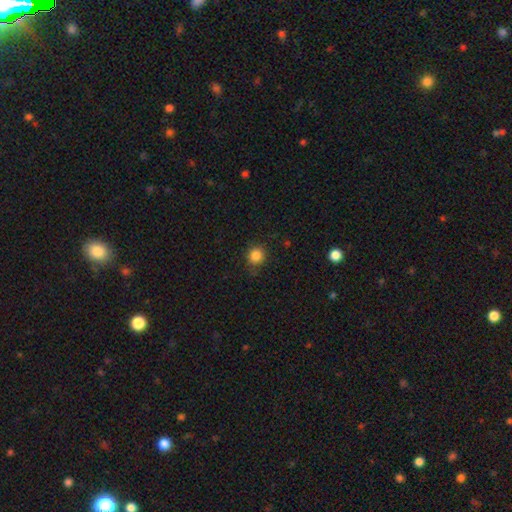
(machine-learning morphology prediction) This is clearly a smooth galaxy (85%). How rounded: clearly round (87%). Merging: clearly none (81%).